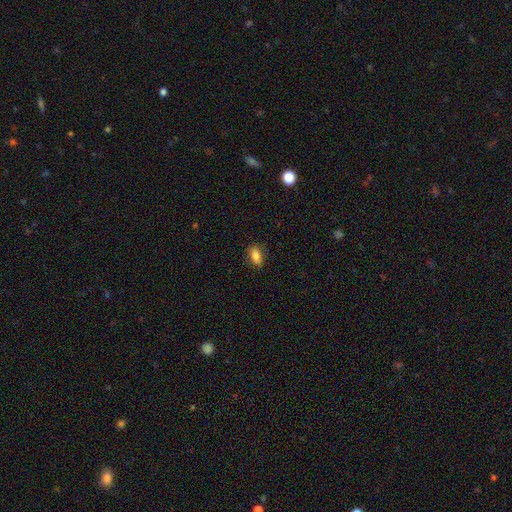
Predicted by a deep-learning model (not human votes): smooth_or_featured: smooth (p=0.84) [alt: star or artifact p=0.09]
how_rounded: in between (p=0.85) [alt: cigar-shaped p=0.10]
merging: none (p=0.84) [alt: minor disturbance p=0.12]